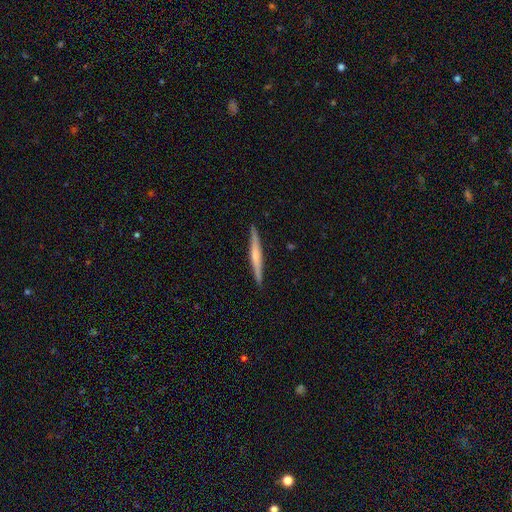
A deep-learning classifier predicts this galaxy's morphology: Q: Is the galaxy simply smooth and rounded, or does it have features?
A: featured or disk — 58%.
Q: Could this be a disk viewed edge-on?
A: yes — 97%.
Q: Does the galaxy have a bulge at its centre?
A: rounded — 50%.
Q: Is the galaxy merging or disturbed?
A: none — 91%.